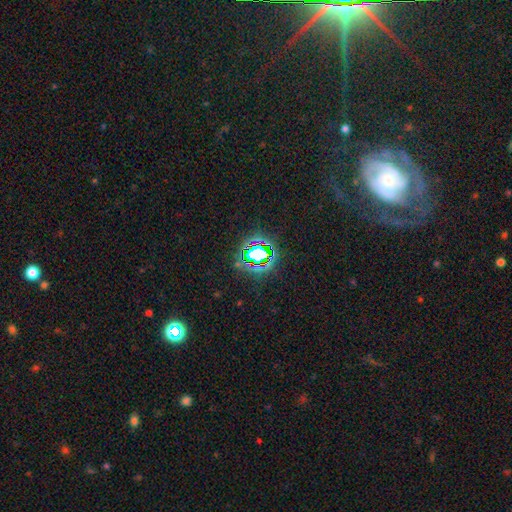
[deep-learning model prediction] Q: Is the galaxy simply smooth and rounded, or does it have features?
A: star or artifact — 69%.